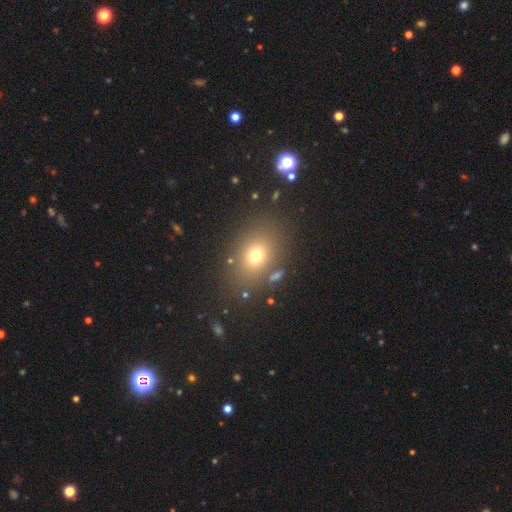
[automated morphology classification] Smooth or featured: smooth — 71% (star or artifact — 17%)
How rounded: in between — 57% (round — 41%)
Merging: none — 79% (minor disturbance — 10%)